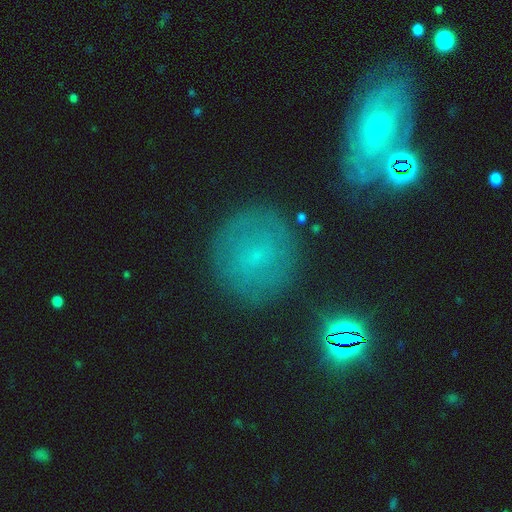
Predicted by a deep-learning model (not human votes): smooth 47%, featured or disk 33%, star or artifact 20%. Down the decision tree: merging — none (80%).